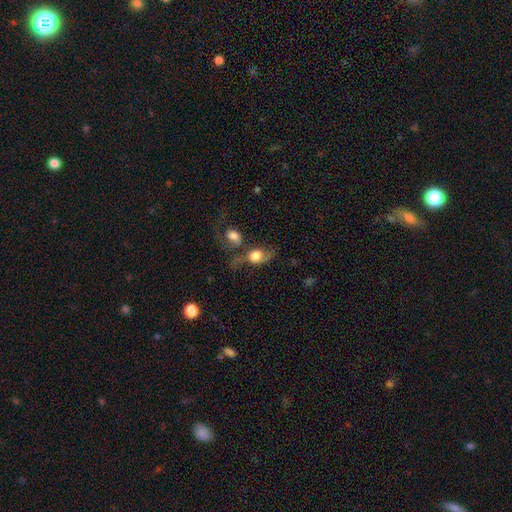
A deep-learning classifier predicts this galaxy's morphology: A smooth galaxy with no disk features (58%) that is in between round and cigar-shaped (56%).

Vote fractions:
- Smooth or featured? smooth: 58% / featured or disk: 32% / star or artifact: 10%
- How rounded? in between: 56% / round: 41% / cigar-shaped: 3%
- Merging? merger: 38% / none: 28% / major disturbance: 19% / minor disturbance: 15%